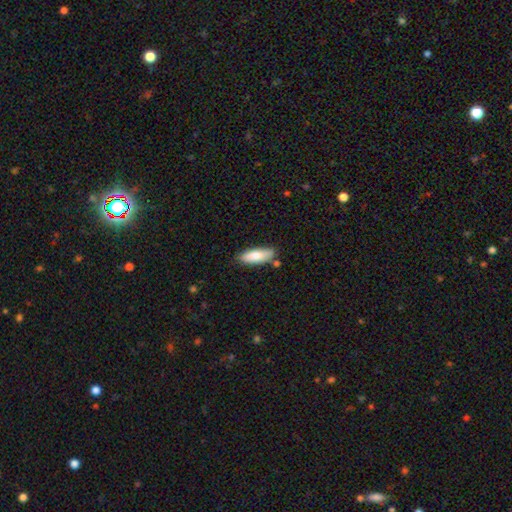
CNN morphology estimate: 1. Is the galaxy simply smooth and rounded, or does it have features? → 80% smooth, 14% featured or disk, 6% star or artifact.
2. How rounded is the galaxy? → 59% in between, 39% cigar-shaped, 2% round.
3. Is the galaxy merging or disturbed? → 75% none, 16% minor disturbance, 6% merger, 3% major disturbance.